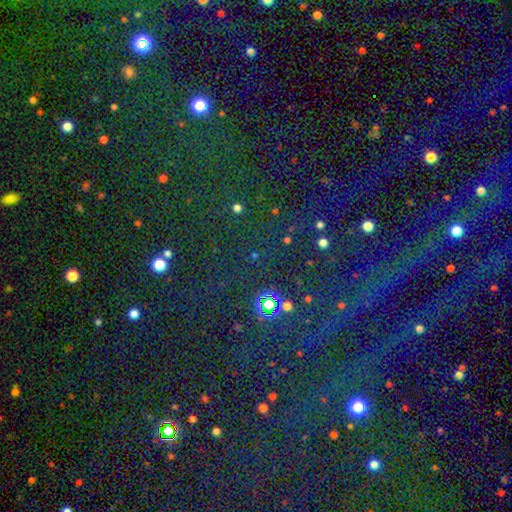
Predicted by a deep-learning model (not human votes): Smooth or featured?
  - star or artifact: 81% *
  - smooth: 12%
  - featured or disk: 7%